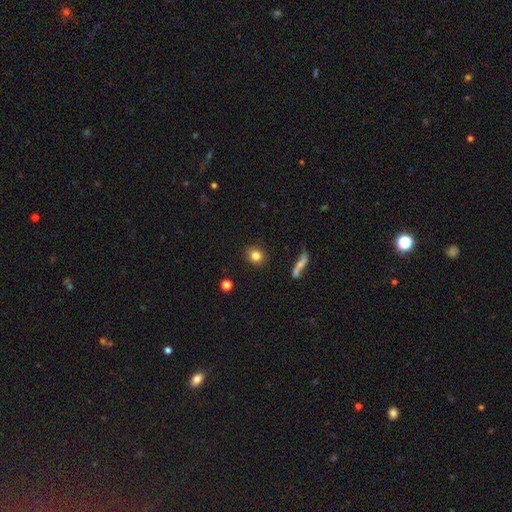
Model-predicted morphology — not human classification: Smooth or featured: smooth — 82% (star or artifact — 10%)
How rounded: round — 78% (in between — 20%)
Merging: none — 89% (minor disturbance — 7%)